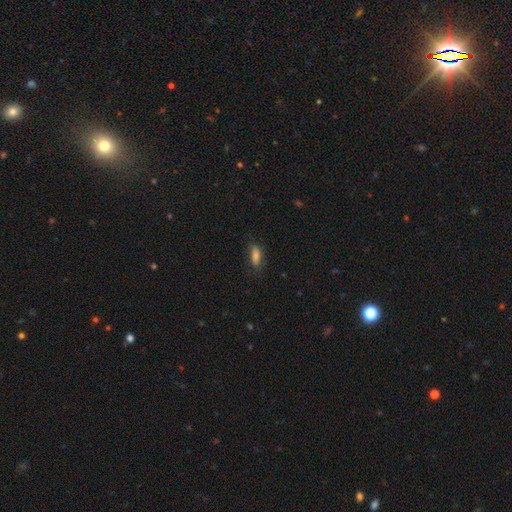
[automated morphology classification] The model was most divided on "how rounded": in between: 72%, cigar-shaped: 25%, round: 3%. More confident: smooth or featured — smooth (80%); merging — none (73%).